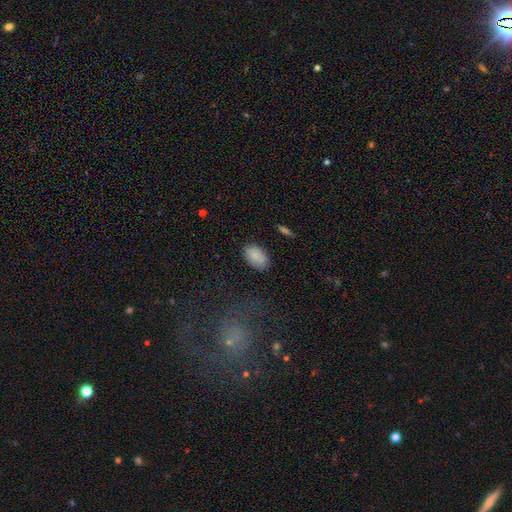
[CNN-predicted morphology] Smooth or featured? Predicted: smooth (p=0.87). How rounded? Predicted: in between (p=0.93). Merging? Predicted: none (p=0.83).